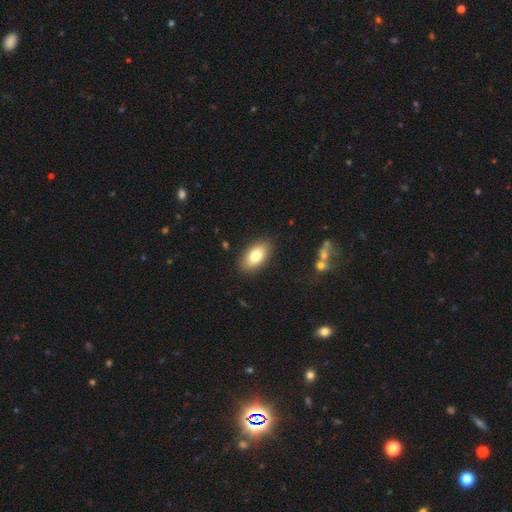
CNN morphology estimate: A smooth galaxy with no disk features (78%) that is in between round and cigar-shaped (92%).

Vote fractions:
- Smooth or featured? smooth: 78% / featured or disk: 15% / star or artifact: 7%
- How rounded? in between: 92% / round: 6% / cigar-shaped: 2%
- Merging? none: 88% / minor disturbance: 9% / major disturbance: 2% / merger: 1%